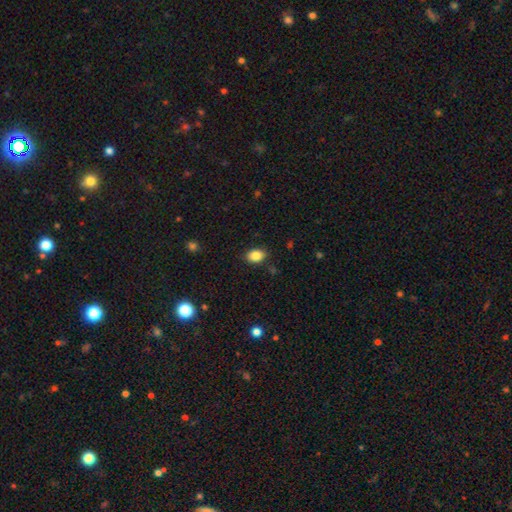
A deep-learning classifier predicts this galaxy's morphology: smooth 87%, star or artifact 9%, featured or disk 4%. Down the decision tree: how rounded — in between (75%); merging — none (85%).